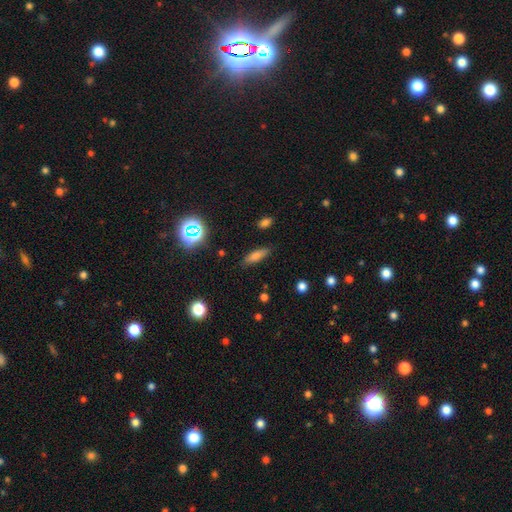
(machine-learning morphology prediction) This is likely a smooth galaxy (70%). How rounded: possibly cigar-shaped (49%). Merging: clearly none (86%).